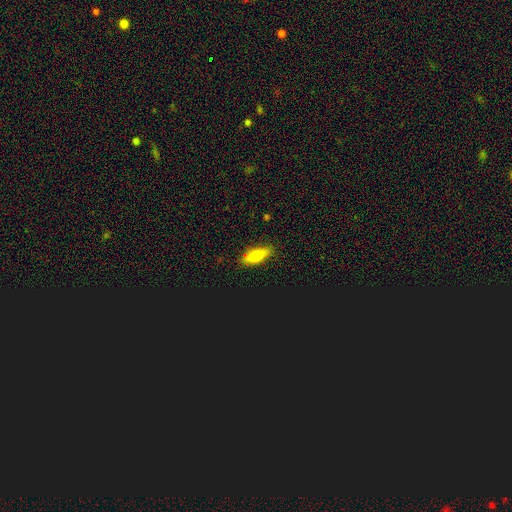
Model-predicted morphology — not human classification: Smooth or featured?
  - smooth: 66% *
  - featured or disk: 24%
  - star or artifact: 11%
How rounded?
  - in between: 64% *
  - cigar-shaped: 32%
  - round: 4%
Merging?
  - none: 84% *
  - minor disturbance: 12%
  - major disturbance: 2%
  - merger: 1%